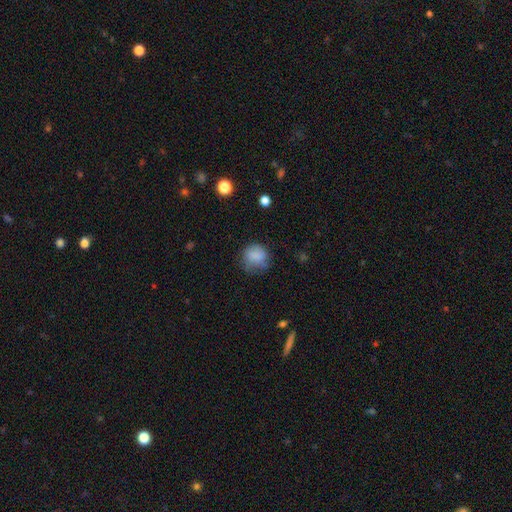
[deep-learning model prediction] This is likely a smooth galaxy (79%). How rounded: likely round (74%). Merging: possibly none (57%).